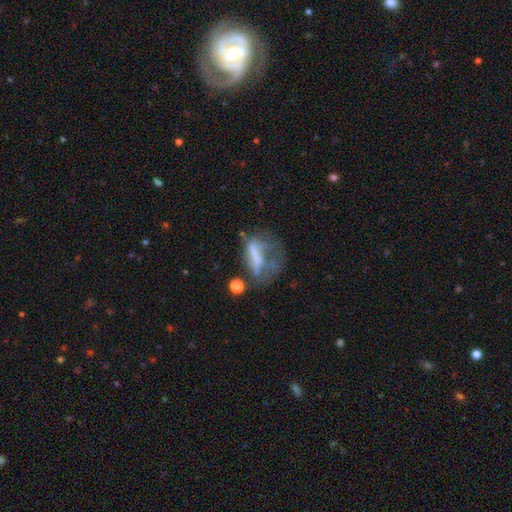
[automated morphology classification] Overall: featured or disk (46%; smooth 40%). Merging: major disturbance (46%; none 25%).